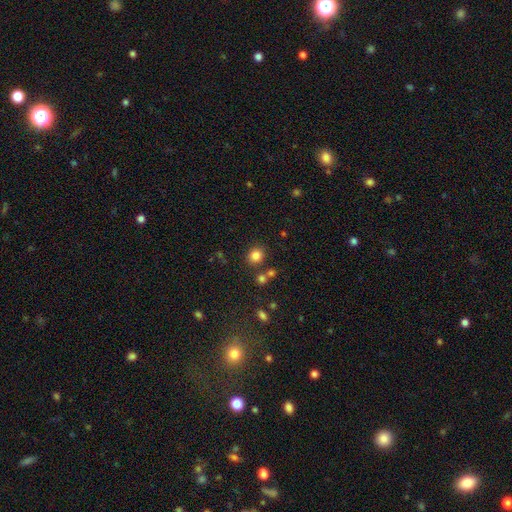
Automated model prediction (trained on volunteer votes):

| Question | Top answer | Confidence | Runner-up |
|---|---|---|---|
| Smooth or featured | smooth | 82% | star or artifact (13%) |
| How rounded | round | 78% | in between (21%) |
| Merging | none | 79% | merger (9%) |